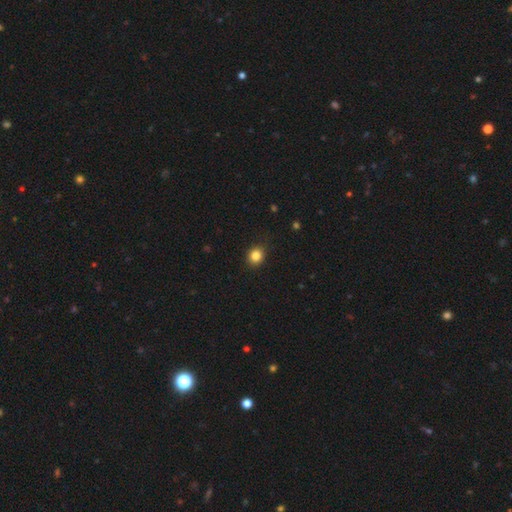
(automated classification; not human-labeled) This is clearly a smooth galaxy (84%). How rounded: clearly round (80%). Merging: clearly none (88%).